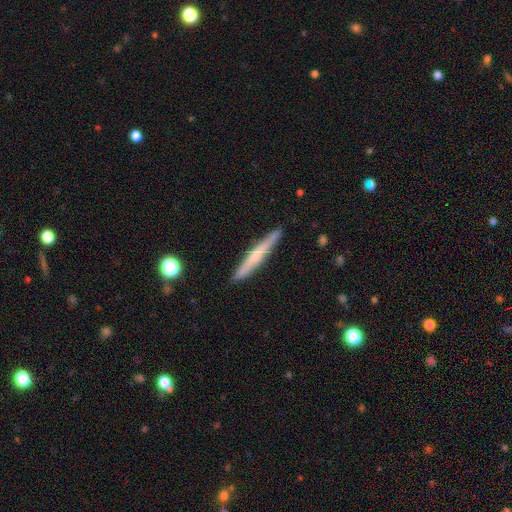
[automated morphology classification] smooth-or-featured: smooth: 47% | featured or disk: 46% | star or artifact: 6%
  merging: none: 90% | minor disturbance: 7% | major disturbance: 1% | merger: 1%